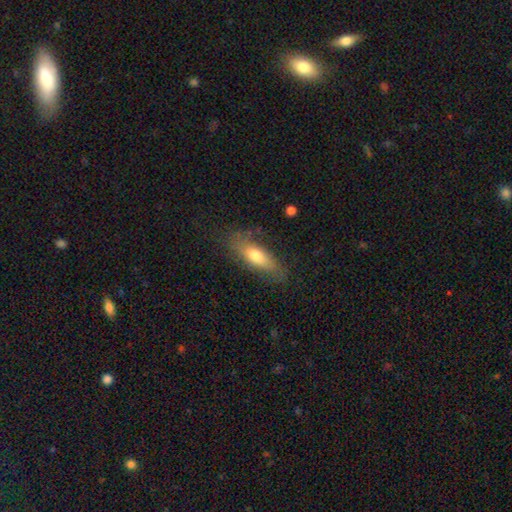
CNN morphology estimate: type=smooth (67%); roundness=in between (55%); merging=none (75%).